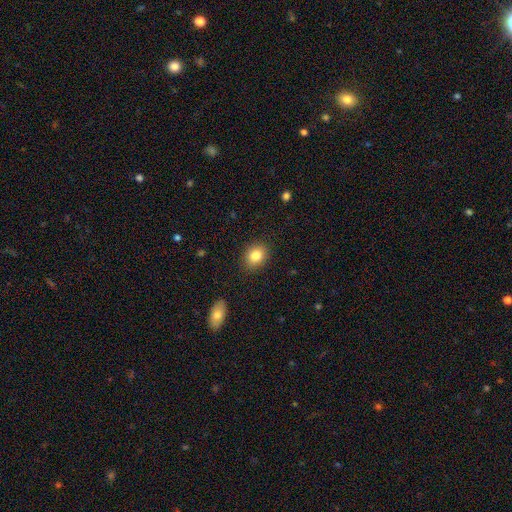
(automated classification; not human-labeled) smooth 82%, star or artifact 9%, featured or disk 8%. Down the decision tree: how rounded — in between (51%); merging — none (87%).